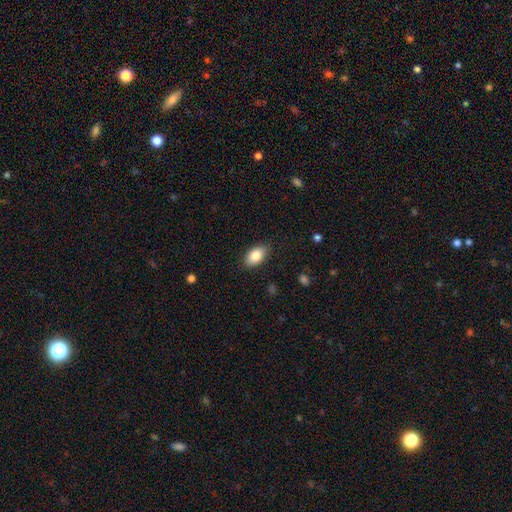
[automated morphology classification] A smooth galaxy with no disk features (83%) that is in between round and cigar-shaped (92%).

Vote fractions:
- Smooth or featured? smooth: 83% / featured or disk: 10% / star or artifact: 7%
- How rounded? in between: 92% / round: 6% / cigar-shaped: 3%
- Merging? none: 86% / minor disturbance: 10% / major disturbance: 2% / merger: 1%